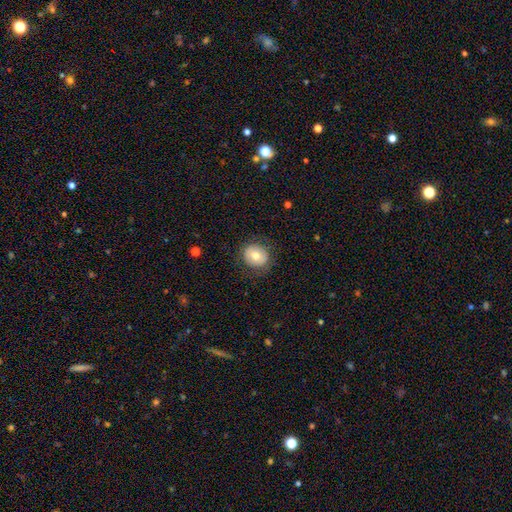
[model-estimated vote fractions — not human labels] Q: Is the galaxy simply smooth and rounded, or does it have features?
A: smooth — 66%.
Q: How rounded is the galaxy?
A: round — 78%.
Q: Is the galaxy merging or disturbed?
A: none — 81%.